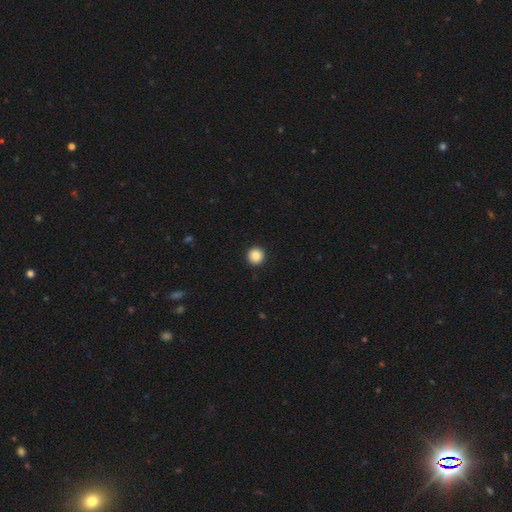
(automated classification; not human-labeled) Smooth or featured? Predicted: smooth (p=0.88). How rounded? Predicted: round (p=0.95). Merging? Predicted: none (p=0.93).